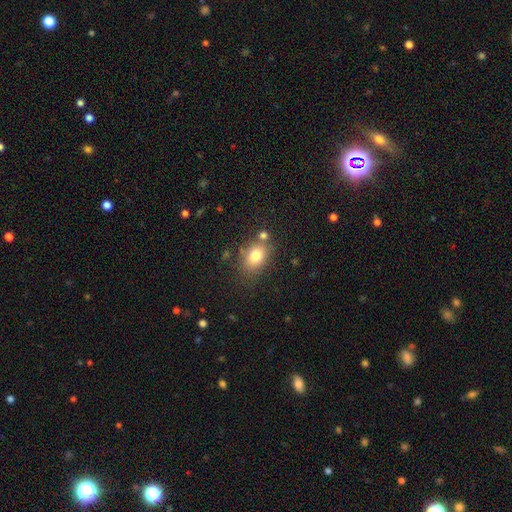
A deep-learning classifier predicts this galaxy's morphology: type=smooth (79%); roundness=in between (68%); merging=none (68%).